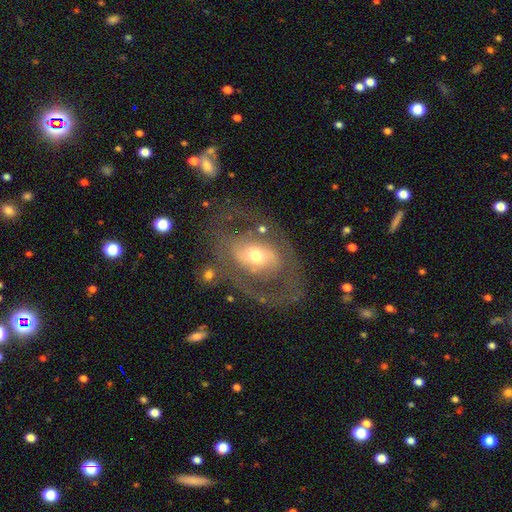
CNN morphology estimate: This appears to be a featured or disk galaxy (69%) with no bar (57%), spiral arms (56%) and a moderate central bulge (64%). Merging: none (57%).